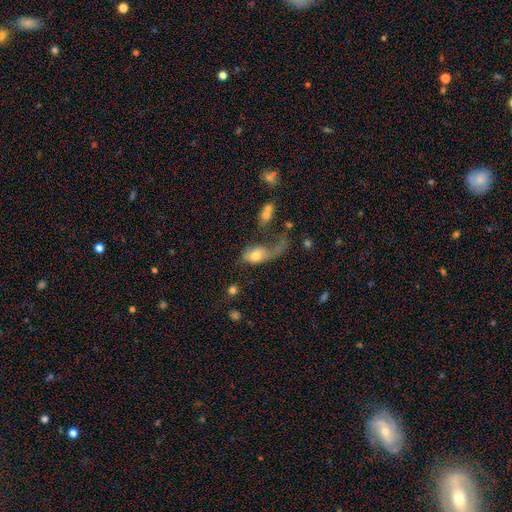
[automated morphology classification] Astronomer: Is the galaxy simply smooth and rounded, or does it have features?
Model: smooth — 62%.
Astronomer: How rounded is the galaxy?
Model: in between — 82%.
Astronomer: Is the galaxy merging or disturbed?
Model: major disturbance — 57%.